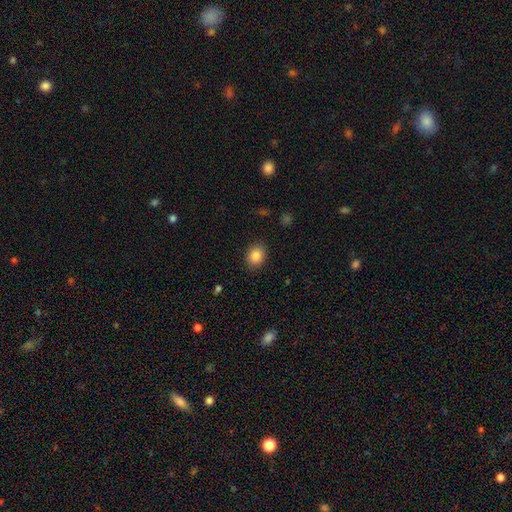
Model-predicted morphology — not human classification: Smooth or featured? Predicted: smooth (p=0.86). How rounded? Predicted: in between (p=0.58). Merging? Predicted: none (p=0.88).